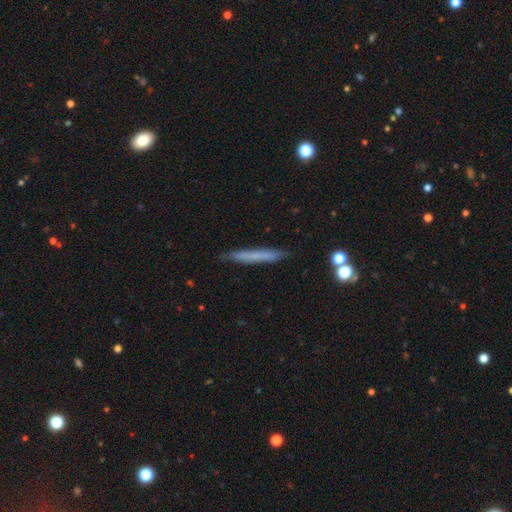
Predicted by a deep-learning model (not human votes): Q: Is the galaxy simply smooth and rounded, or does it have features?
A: smooth — 61%.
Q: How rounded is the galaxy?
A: cigar-shaped — 96%.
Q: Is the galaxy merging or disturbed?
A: none — 88%.